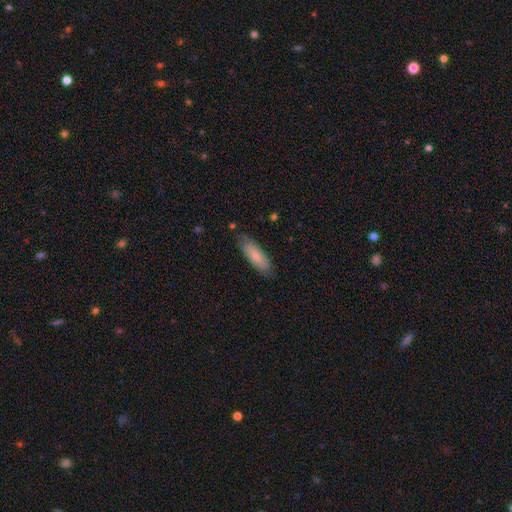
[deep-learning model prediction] A smooth galaxy with no disk features (80%) that is cigar-shaped (49%, tied with in between). Merging: none (80%).